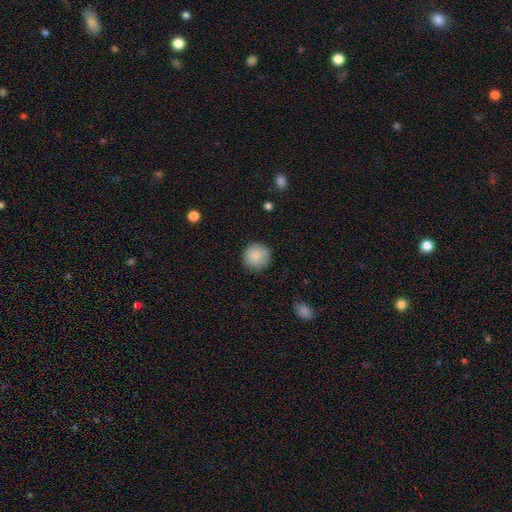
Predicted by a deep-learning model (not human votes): Smooth or featured? smooth (87%)
How rounded? round (94%)
Merging? none (87%)